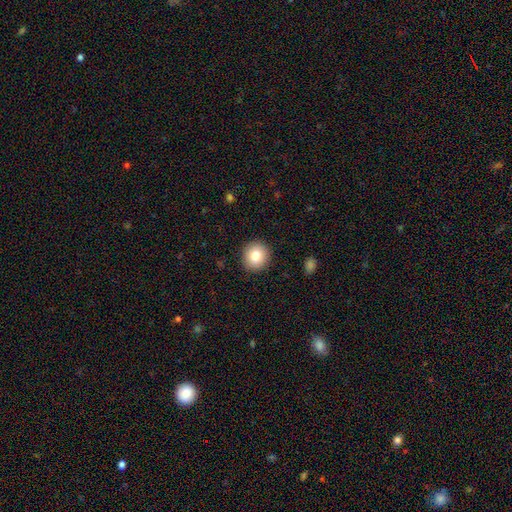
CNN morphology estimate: Overall: smooth (80%). How rounded: round (92%). Merging: none (91%).